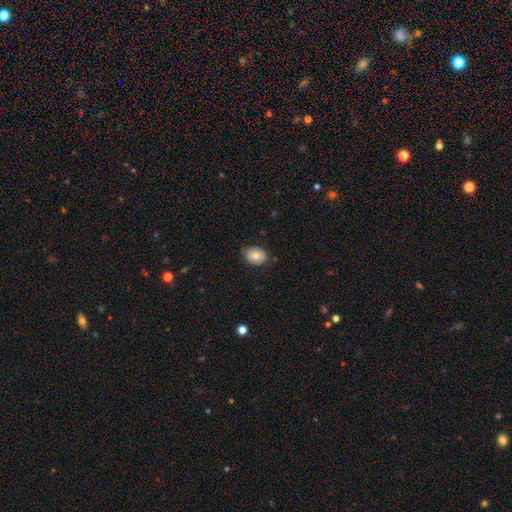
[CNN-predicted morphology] type=smooth (72%); roundness=in between (54%); merging=none (79%).